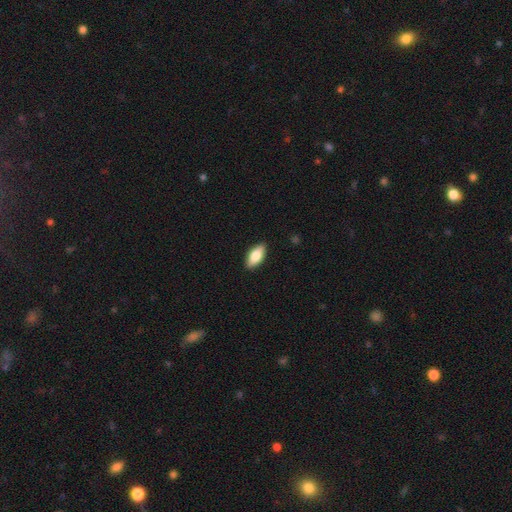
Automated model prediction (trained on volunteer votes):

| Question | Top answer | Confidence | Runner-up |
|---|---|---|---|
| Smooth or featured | smooth | 78% | featured or disk (15%) |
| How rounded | in between | 86% | cigar-shaped (12%) |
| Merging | none | 89% | minor disturbance (8%) |